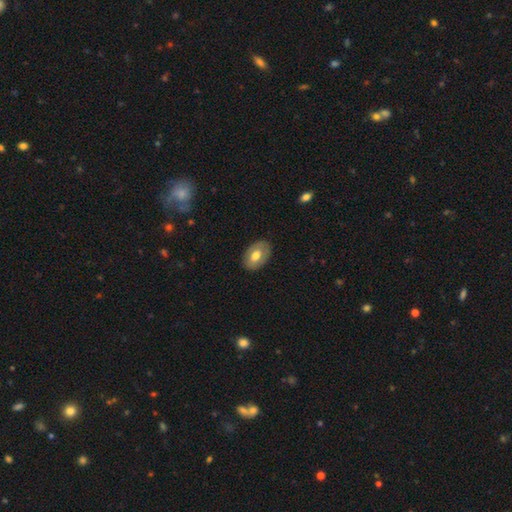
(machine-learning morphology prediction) smooth_or_featured: smooth (p=0.65) [alt: featured or disk p=0.29]
how_rounded: in between (p=0.86) [alt: round p=0.13]
merging: none (p=0.86) [alt: minor disturbance p=0.10]